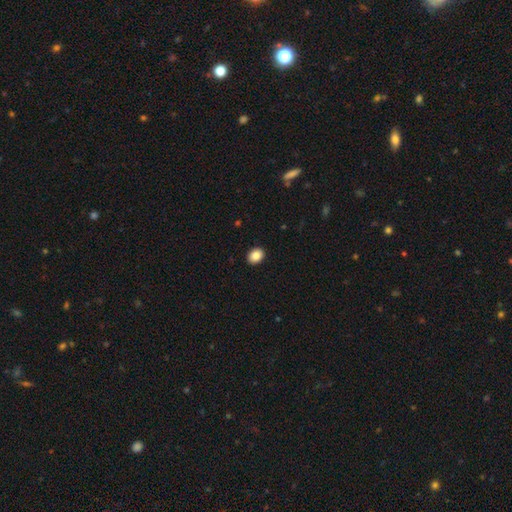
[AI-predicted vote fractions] This is clearly a smooth galaxy (88%). How rounded: likely in between (62%). Merging: clearly none (92%).